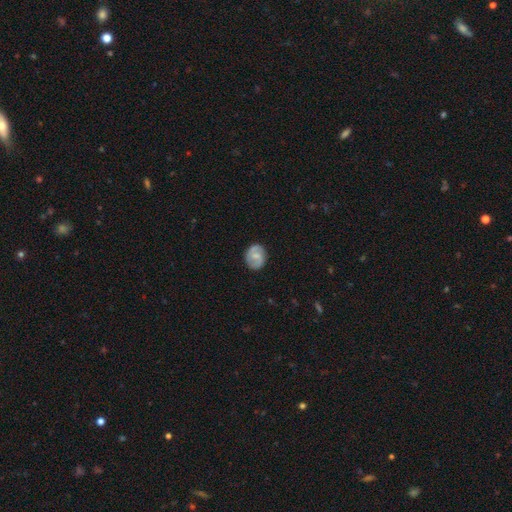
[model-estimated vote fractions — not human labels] Smooth or featured? featured or disk (57%)
Edge-on disk? no (97%)
Bar? weak (47%)
Spiral arms? yes (82%)
Bulge size? small (45%)
Merging? none (82%)